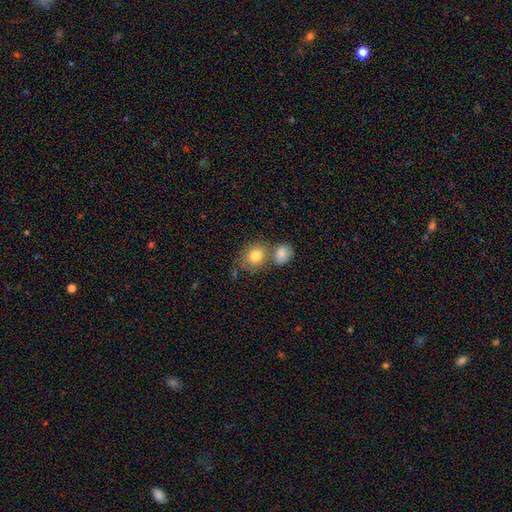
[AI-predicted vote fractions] smooth_or_featured: smooth (p=0.79) [alt: featured or disk p=0.12]
how_rounded: round (p=0.65) [alt: in between p=0.34]
merging: none (p=0.43) [alt: merger p=0.39]